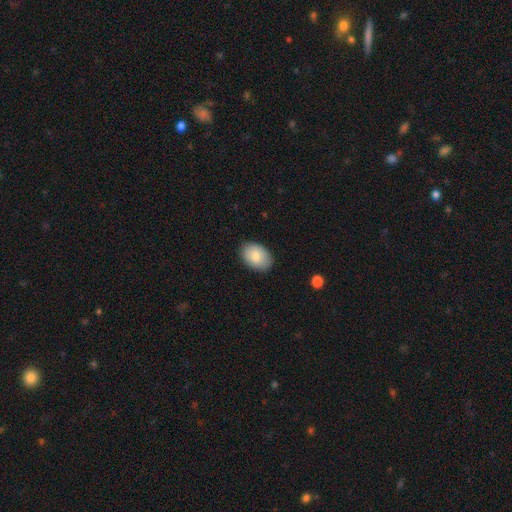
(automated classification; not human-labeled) Overall: smooth (81%). How rounded: in between (85%). Merging: none (86%).